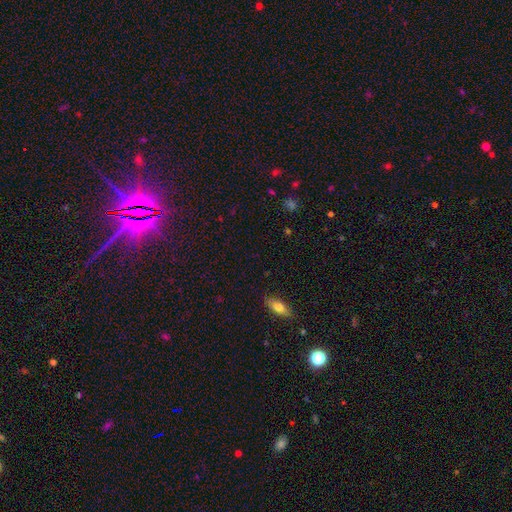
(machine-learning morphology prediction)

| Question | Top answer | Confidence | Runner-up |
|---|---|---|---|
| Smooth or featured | smooth | 51% | star or artifact (39%) |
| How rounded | in between | 45% | round (42%) |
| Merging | none | 82% | minor disturbance (10%) |